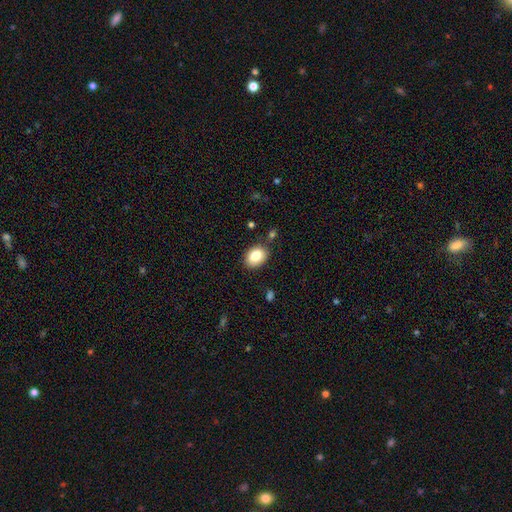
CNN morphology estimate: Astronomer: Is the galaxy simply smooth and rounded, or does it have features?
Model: smooth — 83%.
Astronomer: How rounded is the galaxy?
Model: in between — 74%.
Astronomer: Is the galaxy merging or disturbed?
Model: none — 83%.